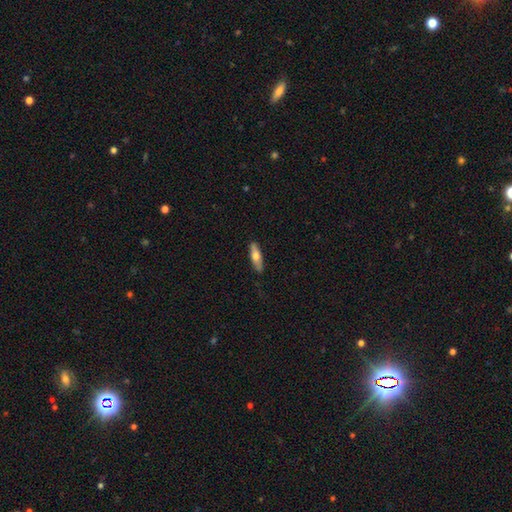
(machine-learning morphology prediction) smooth-or-featured: smooth: 64% | featured or disk: 31% | star or artifact: 6%
  how-rounded: cigar-shaped: 55% | in between: 43% | round: 2%
  merging: none: 86% | minor disturbance: 11% | major disturbance: 2% | merger: 1%